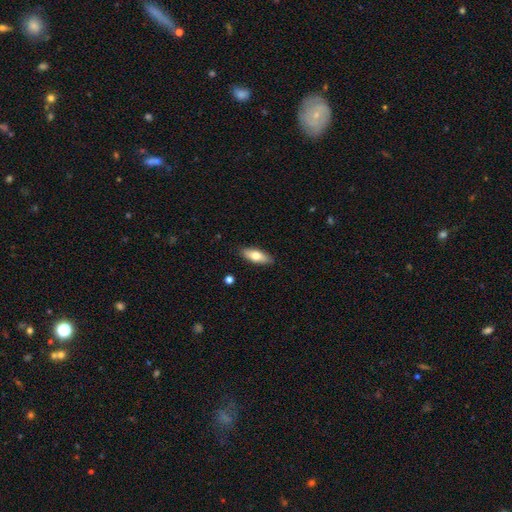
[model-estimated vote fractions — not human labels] Morphology: type=smooth (72%); roundness=in between (74%); merging=none (87%).